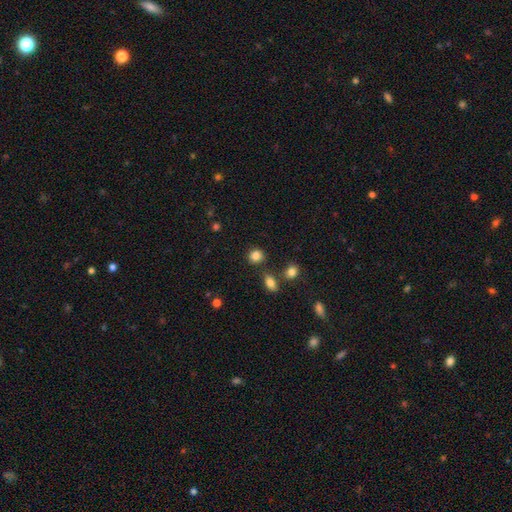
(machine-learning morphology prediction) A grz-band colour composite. It shows a smooth galaxy with no disk features (85%) that is round (79%). Merging: none (78%).